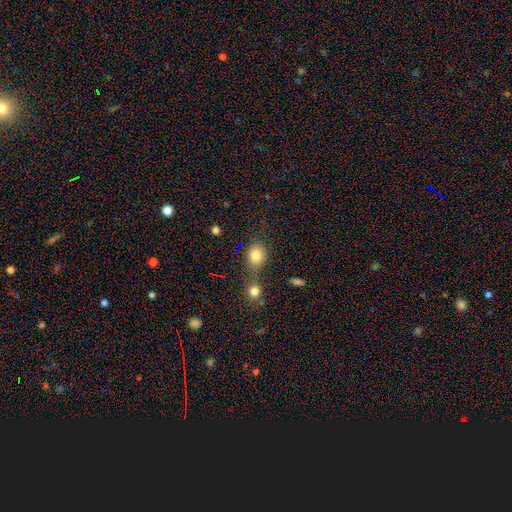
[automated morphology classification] Smooth or featured?
  - smooth: 81% *
  - star or artifact: 11%
  - featured or disk: 7%
How rounded?
  - round: 57% *
  - in between: 42%
  - cigar-shaped: 1%
Merging?
  - none: 52% *
  - merger: 30%
  - minor disturbance: 13%
  - major disturbance: 5%